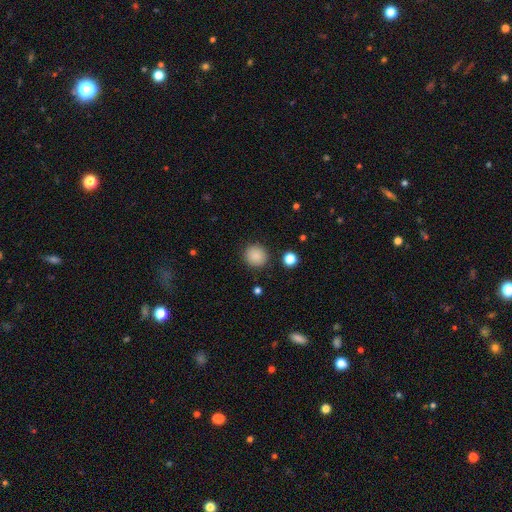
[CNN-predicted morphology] Smooth or featured? Predicted: smooth (p=0.87). How rounded? Predicted: round (p=0.91). Merging? Predicted: none (p=0.90).